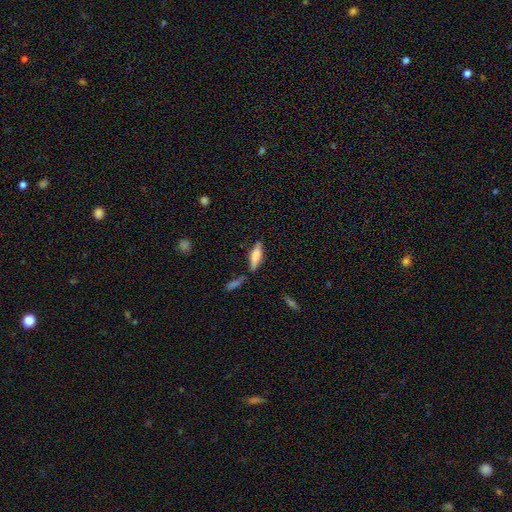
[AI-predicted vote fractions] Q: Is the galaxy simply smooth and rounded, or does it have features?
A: smooth — 68%.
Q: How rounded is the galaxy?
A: cigar-shaped — 58%.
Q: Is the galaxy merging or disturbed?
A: none — 67%.